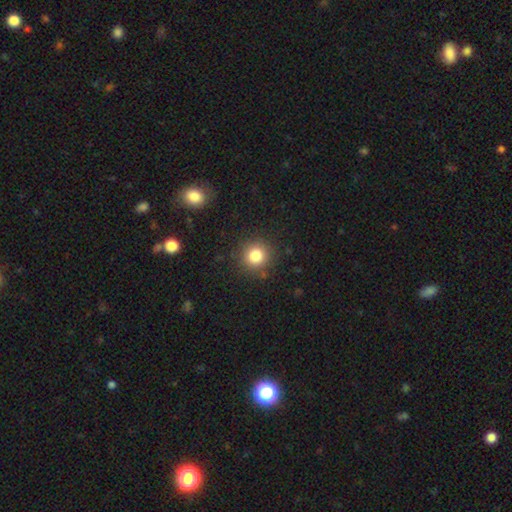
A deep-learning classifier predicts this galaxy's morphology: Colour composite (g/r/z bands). It shows a smooth galaxy with no disk features (82%) that is round (93%). Merging: none (89%).